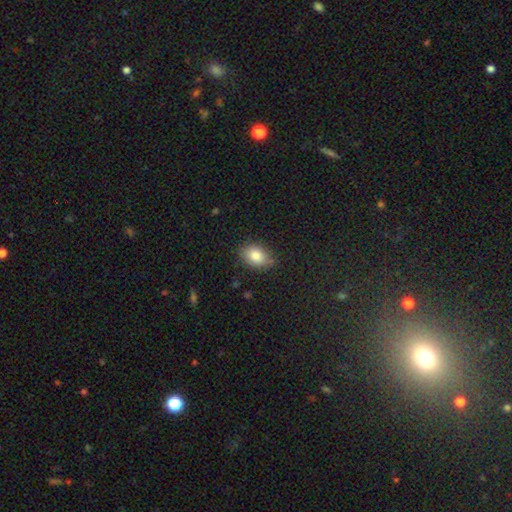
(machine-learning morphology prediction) This is clearly a smooth galaxy (83%). How rounded: clearly in between (80%). Merging: likely none (78%).